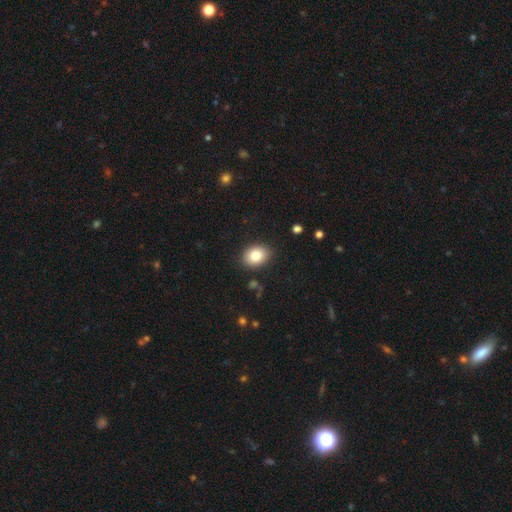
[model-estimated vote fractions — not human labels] Smooth or featured?
  - smooth: 82% *
  - featured or disk: 9%
  - star or artifact: 9%
How rounded?
  - in between: 64% *
  - round: 35%
  - cigar-shaped: 1%
Merging?
  - none: 87% *
  - minor disturbance: 9%
  - major disturbance: 2%
  - merger: 2%